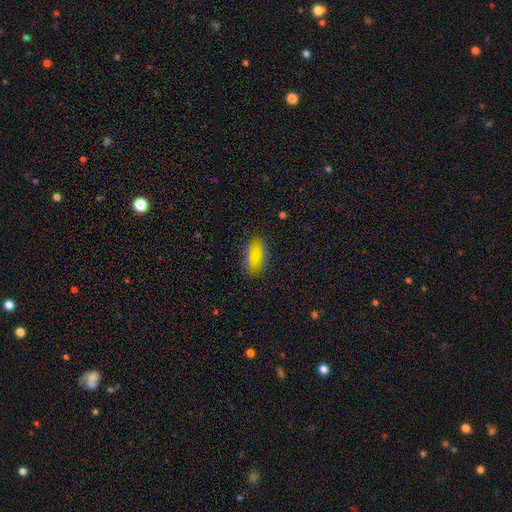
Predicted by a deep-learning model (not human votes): Smooth or featured?
  - smooth: 62% *
  - featured or disk: 19%
  - star or artifact: 19%
How rounded?
  - in between: 88% *
  - round: 9%
  - cigar-shaped: 3%
Merging?
  - none: 83% *
  - minor disturbance: 12%
  - major disturbance: 4%
  - merger: 1%